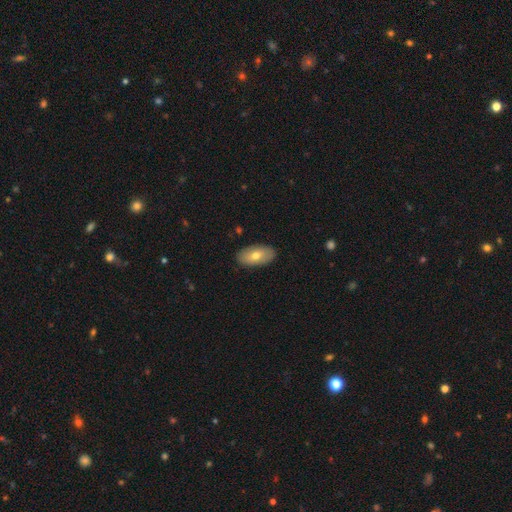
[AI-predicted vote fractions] Smooth or featured? Predicted: smooth (p=0.69). How rounded? Predicted: in between (p=0.93). Merging? Predicted: none (p=0.88).